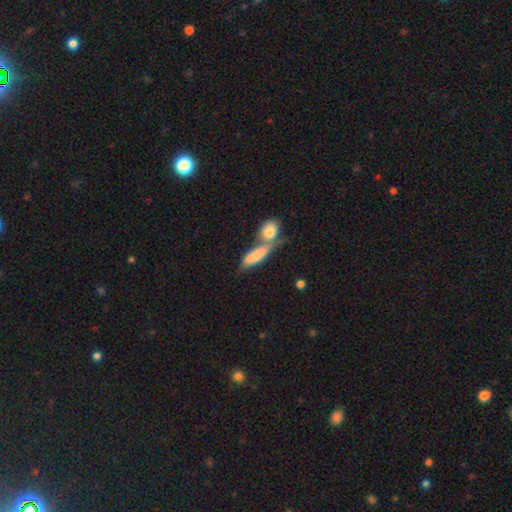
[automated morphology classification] A smooth galaxy with no disk features (74%) that is in between round and cigar-shaped (61%). Merging: merger (61%).